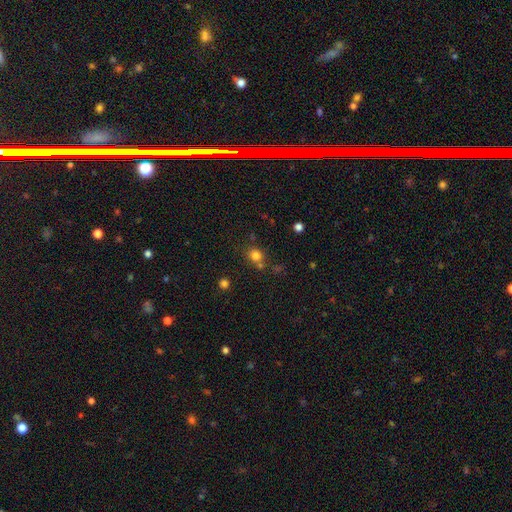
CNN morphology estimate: A smooth galaxy with no disk features (79%) that is round (80%). Merging: none (65%).